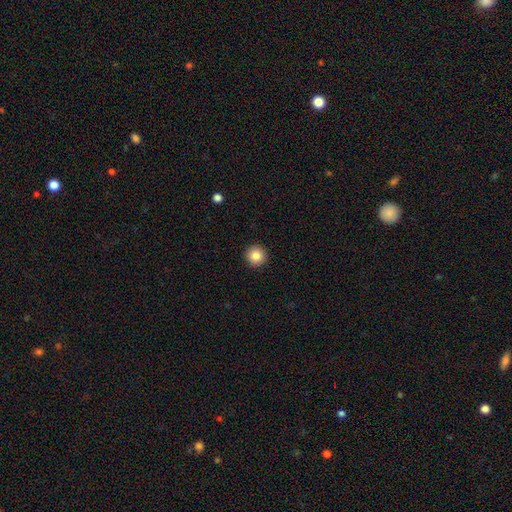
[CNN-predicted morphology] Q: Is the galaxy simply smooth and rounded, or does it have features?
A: smooth — 84%.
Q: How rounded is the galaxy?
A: round — 96%.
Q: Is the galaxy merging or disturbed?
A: none — 93%.